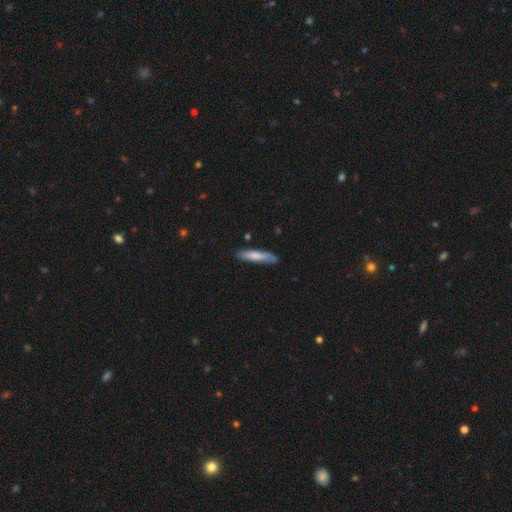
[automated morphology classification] Smooth or featured: smooth — 71% (featured or disk — 24%)
How rounded: cigar-shaped — 88% (in between — 11%)
Merging: none — 76% (minor disturbance — 18%)